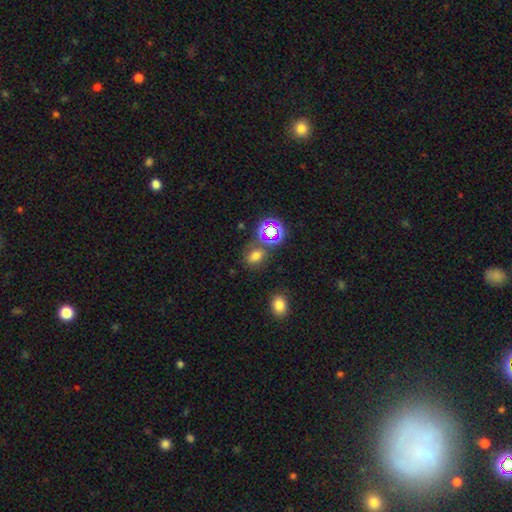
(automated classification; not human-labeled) smooth 61%, star or artifact 30%, featured or disk 9%. Down the decision tree: how rounded — in between (66%); merging — none (67%).